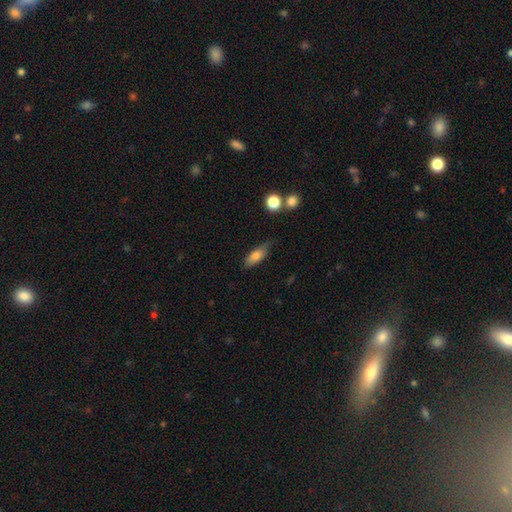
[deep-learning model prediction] Smooth or featured?
  - smooth: 76% *
  - featured or disk: 17%
  - star or artifact: 7%
How rounded?
  - in between: 70% *
  - cigar-shaped: 27%
  - round: 4%
Merging?
  - none: 63% *
  - minor disturbance: 27%
  - major disturbance: 6%
  - merger: 4%